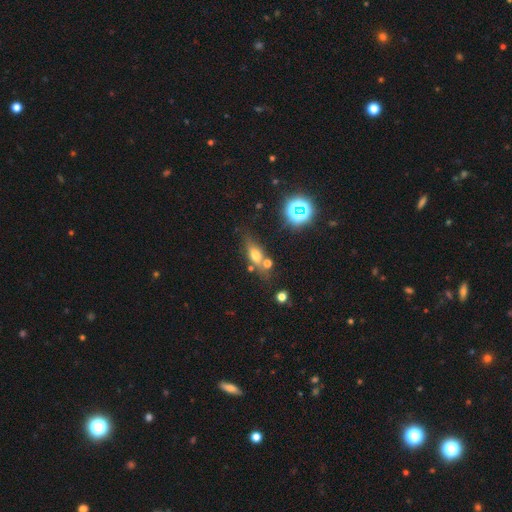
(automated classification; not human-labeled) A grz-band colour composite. It shows a smooth galaxy with no disk features (56%) that is in between round and cigar-shaped (62%). Merging: none (56%).